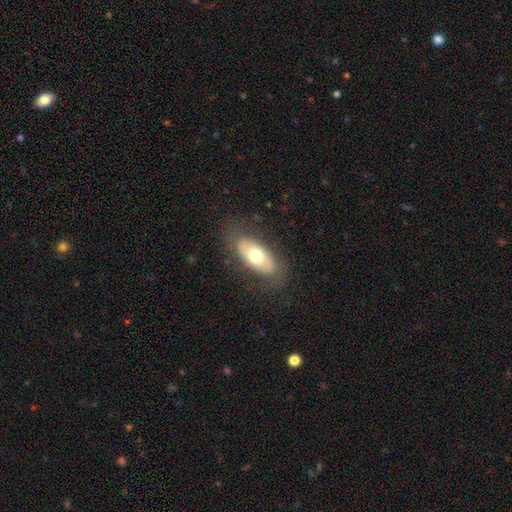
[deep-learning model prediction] A smooth galaxy with no disk features (60%) that is in between round and cigar-shaped (87%).

Vote fractions:
- Smooth or featured? smooth: 60% / featured or disk: 34% / star or artifact: 6%
- How rounded? in between: 87% / cigar-shaped: 9% / round: 3%
- Merging? none: 80% / minor disturbance: 14% / major disturbance: 5% / merger: 1%